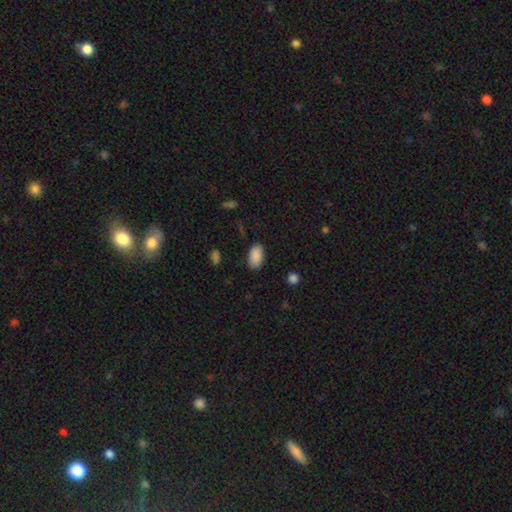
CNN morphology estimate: smooth-or-featured: smooth: 89% | star or artifact: 7% | featured or disk: 4%
  how-rounded: in between: 94% | round: 4% | cigar-shaped: 2%
  merging: none: 85% | minor disturbance: 11% | major disturbance: 3% | merger: 1%